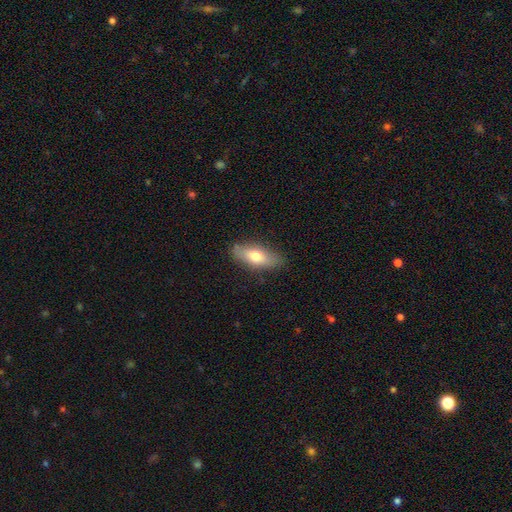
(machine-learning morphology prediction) The model was most divided on "smooth or featured": smooth: 66%, featured or disk: 27%, star or artifact: 6%. More confident: merging — none (82%); how rounded — in between (70%).